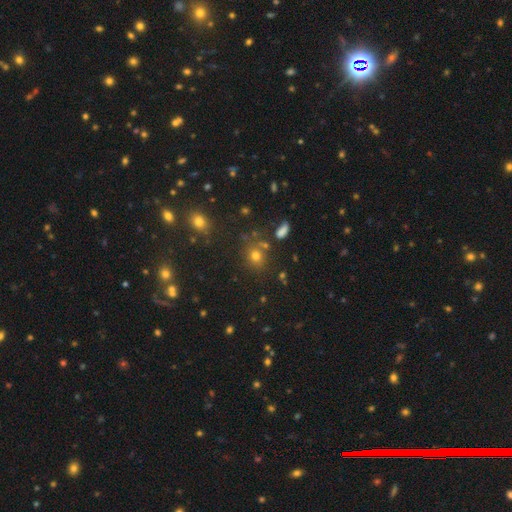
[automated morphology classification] This is likely a smooth galaxy (65%). How rounded: likely round (74%). Merging: likely none (73%).